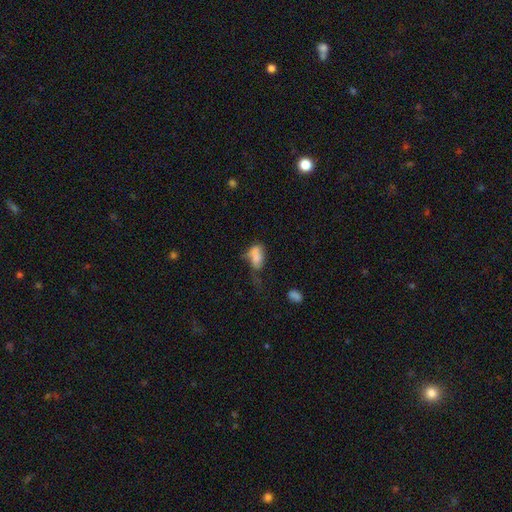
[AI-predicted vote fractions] A smooth galaxy with no disk features (71%) that is in between round and cigar-shaped (88%). Merging: major disturbance (31%).